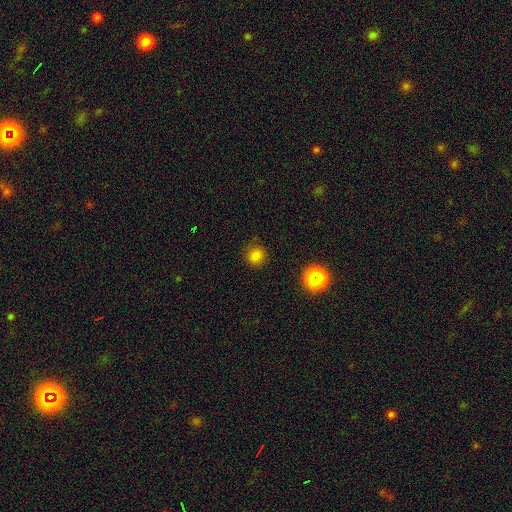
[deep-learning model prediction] A smooth galaxy with no disk features (78%) that is round (93%). Merging: none (87%).